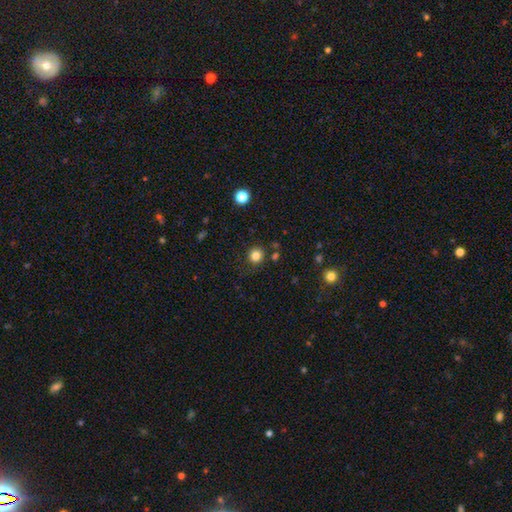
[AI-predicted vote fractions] Smooth or featured?
  - smooth: 83% *
  - star or artifact: 13%
  - featured or disk: 5%
How rounded?
  - round: 92% *
  - in between: 7%
  - cigar-shaped: 1%
Merging?
  - none: 86% *
  - minor disturbance: 8%
  - merger: 3%
  - major disturbance: 3%